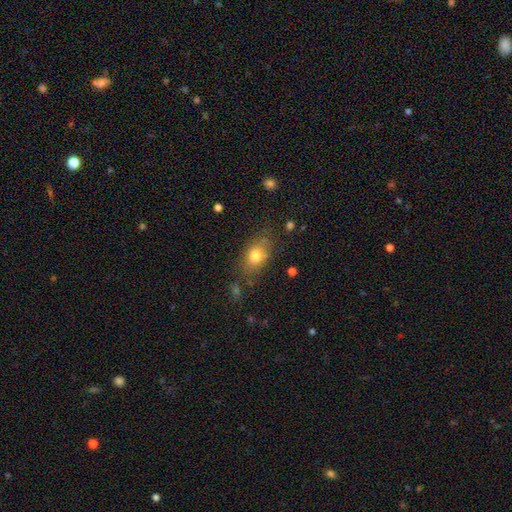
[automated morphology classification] The model was most divided on "merging": none: 68%, minor disturbance: 20%, major disturbance: 7%, merger: 4%. More confident: smooth or featured — smooth (77%); how rounded — in between (73%).